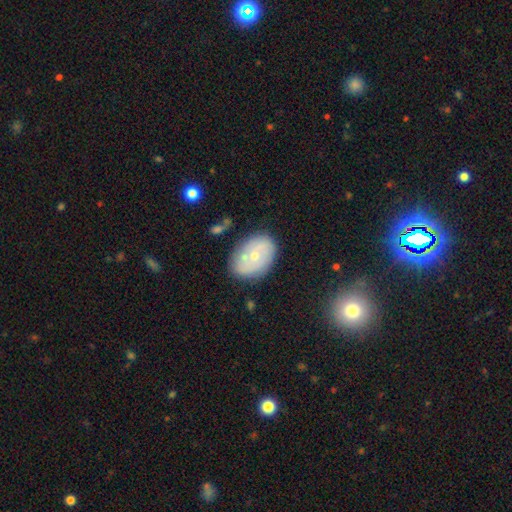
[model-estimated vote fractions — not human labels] featured or disk 50%, smooth 42%, star or artifact 8%. Down the decision tree: merging — none (73%).